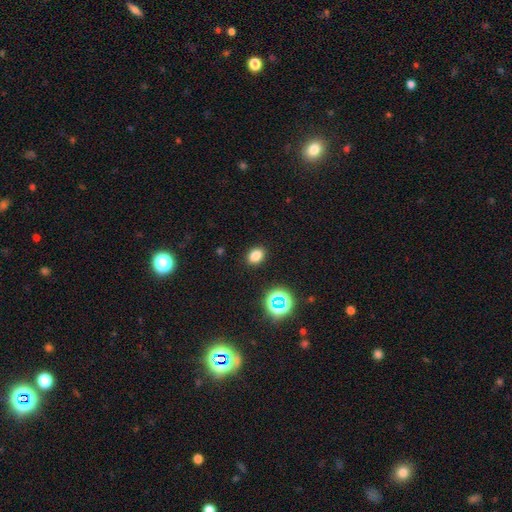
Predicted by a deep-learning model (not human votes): A smooth galaxy with no disk features (79%) that is in between round and cigar-shaped (69%). Merging: none (89%).